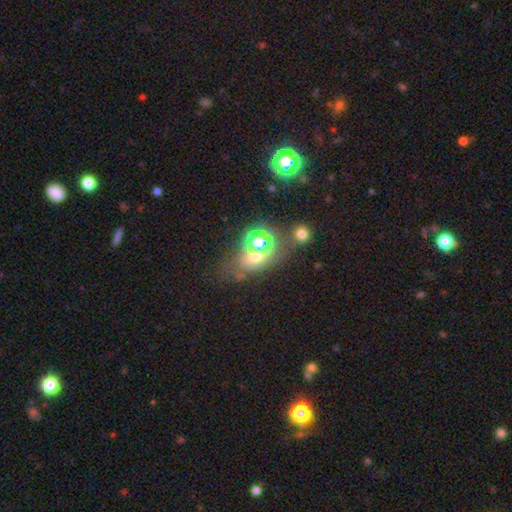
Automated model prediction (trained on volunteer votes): Smooth or featured: star or artifact — 48% (smooth — 38%)